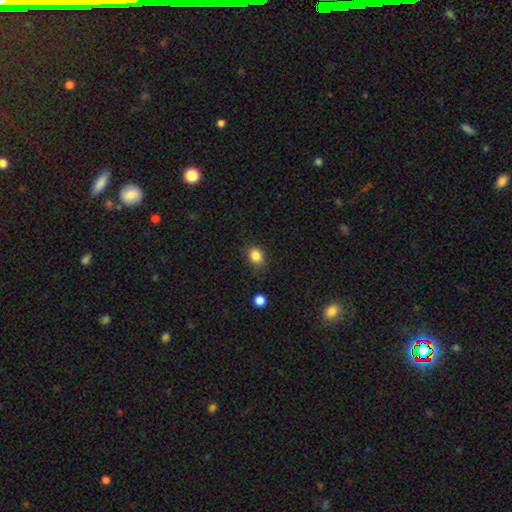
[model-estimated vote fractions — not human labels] Overall: smooth (85%). How rounded: round (53%; in between 46%). Merging: none (77%).